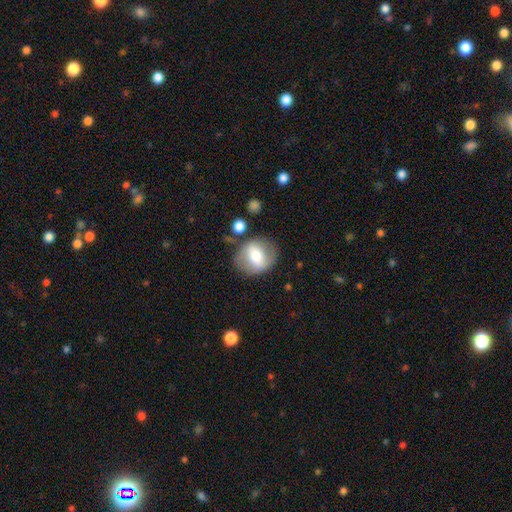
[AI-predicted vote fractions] Q: Smooth or featured?
A: smooth (54%); runner-up: featured or disk (39%)
Q: How rounded?
A: round (65%); runner-up: in between (34%)
Q: Merging?
A: none (75%); runner-up: minor disturbance (14%)